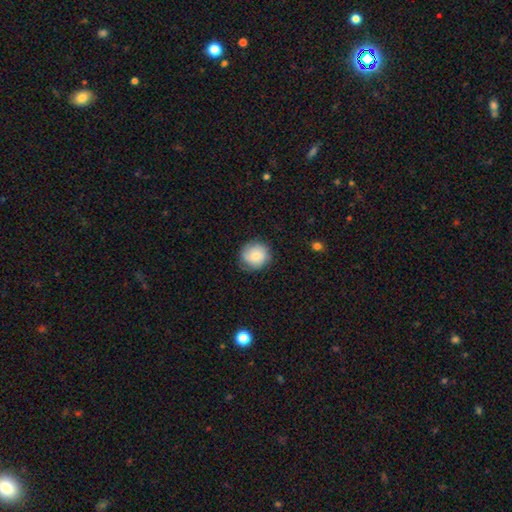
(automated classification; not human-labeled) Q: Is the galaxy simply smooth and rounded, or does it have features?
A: smooth — 73%.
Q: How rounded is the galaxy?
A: round — 89%.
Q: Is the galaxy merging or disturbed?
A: none — 80%.